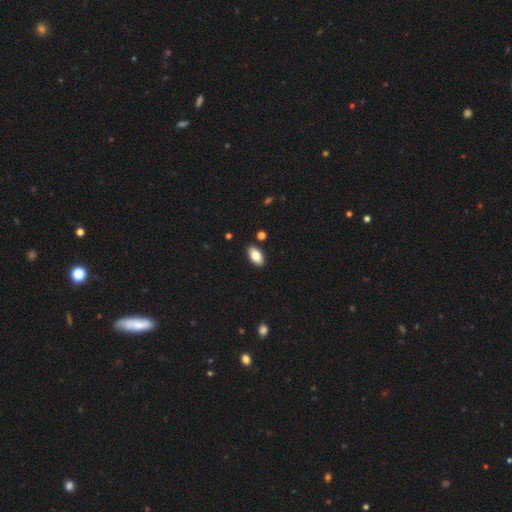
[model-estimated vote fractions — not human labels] A smooth galaxy with no disk features (81%) that is in between round and cigar-shaped (94%). Merging: none (88%).